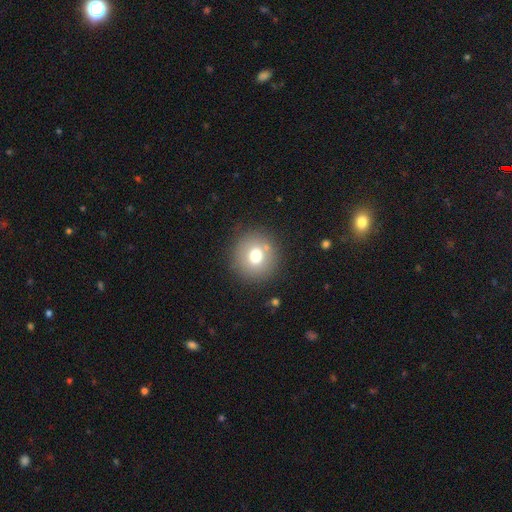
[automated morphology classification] Smooth or featured?
  - smooth: 73% *
  - featured or disk: 16%
  - star or artifact: 12%
How rounded?
  - round: 91% *
  - in between: 8%
  - cigar-shaped: 1%
Merging?
  - none: 85% *
  - minor disturbance: 8%
  - major disturbance: 4%
  - merger: 3%